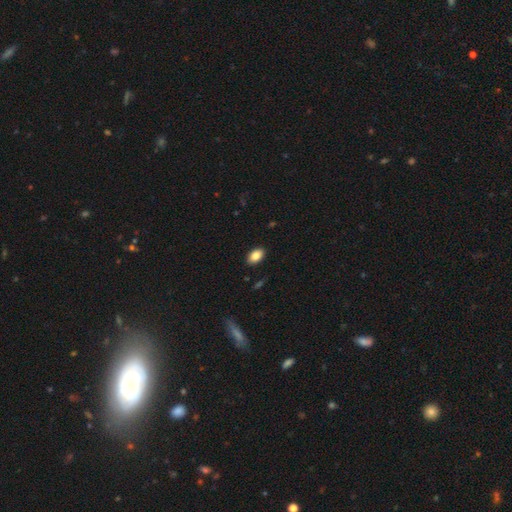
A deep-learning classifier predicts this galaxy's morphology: The model was most divided on "smooth or featured": smooth: 86%, star or artifact: 8%, featured or disk: 6%. More confident: how rounded — in between (91%); merging — none (88%).